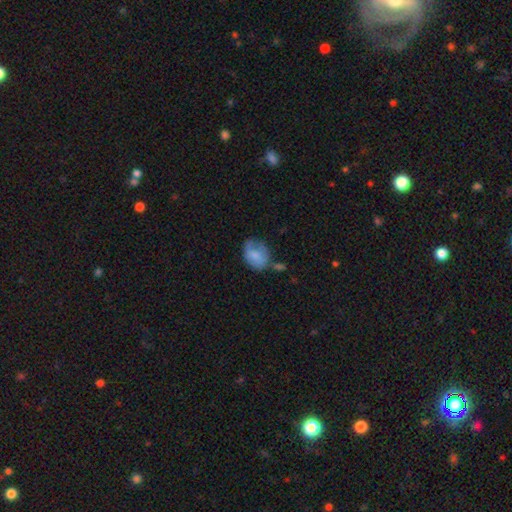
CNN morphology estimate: The model was most divided on "merging": none: 39%, minor disturbance: 31%, major disturbance: 16%, merger: 13%. More confident: smooth or featured — smooth (69%); how rounded — in between (56%).